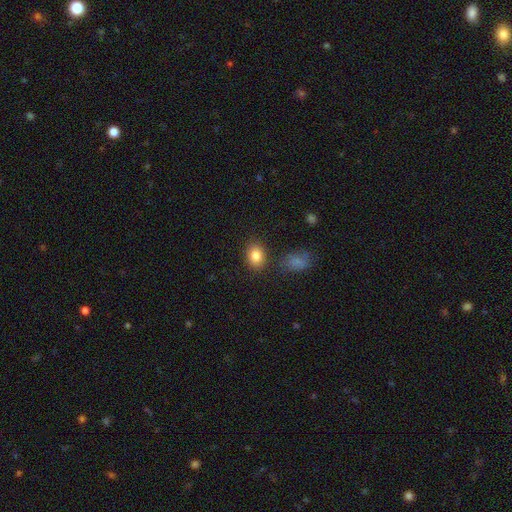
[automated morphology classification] type=smooth (84%); roundness=in between (61%); merging=none (82%).